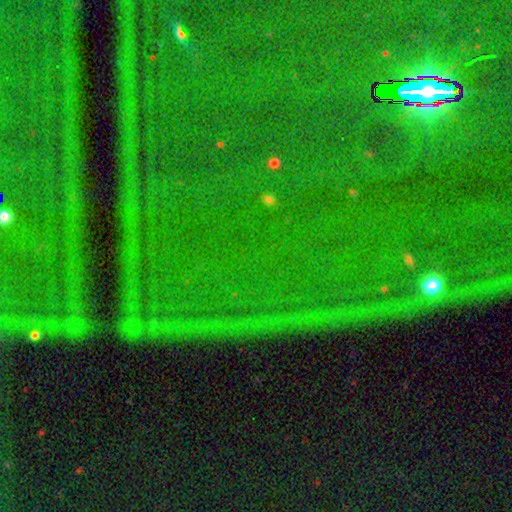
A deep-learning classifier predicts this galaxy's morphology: Smooth or featured? Predicted: star or artifact (p=0.83).